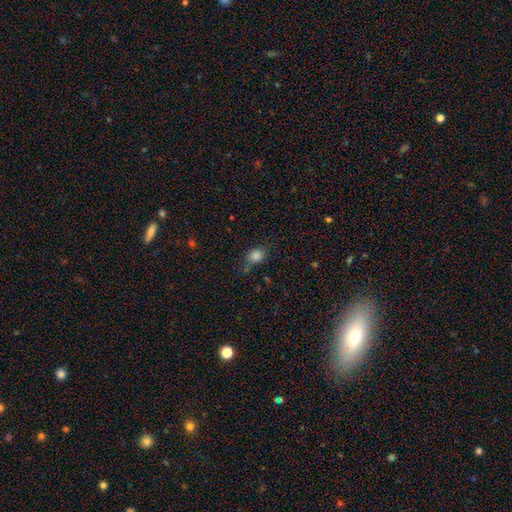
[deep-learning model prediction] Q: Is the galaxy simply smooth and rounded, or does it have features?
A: smooth — 81%.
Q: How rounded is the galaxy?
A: round — 50%.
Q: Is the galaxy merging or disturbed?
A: none — 66%.